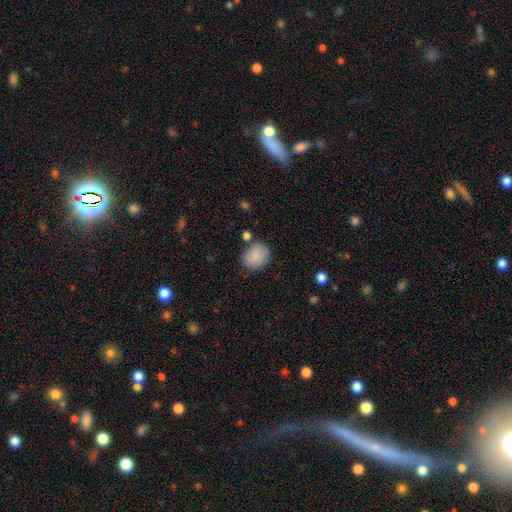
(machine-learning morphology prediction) This is clearly a smooth galaxy (88%). How rounded: possibly round (53%). Merging: likely none (77%).